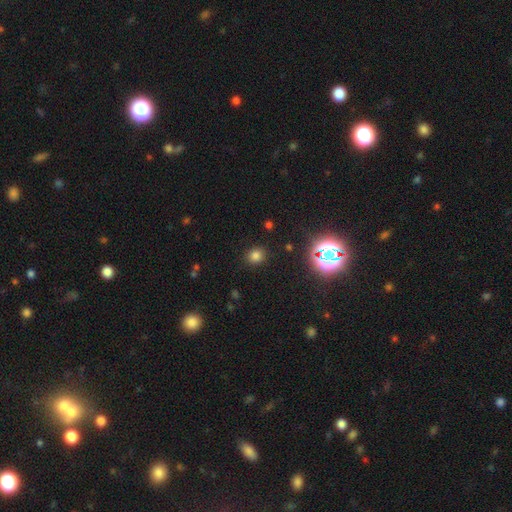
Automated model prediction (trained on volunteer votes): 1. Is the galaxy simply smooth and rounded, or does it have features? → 75% smooth, 20% star or artifact, 6% featured or disk.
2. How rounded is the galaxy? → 79% round, 20% in between, 1% cigar-shaped.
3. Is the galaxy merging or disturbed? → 89% none, 7% minor disturbance, 3% major disturbance, 1% merger.